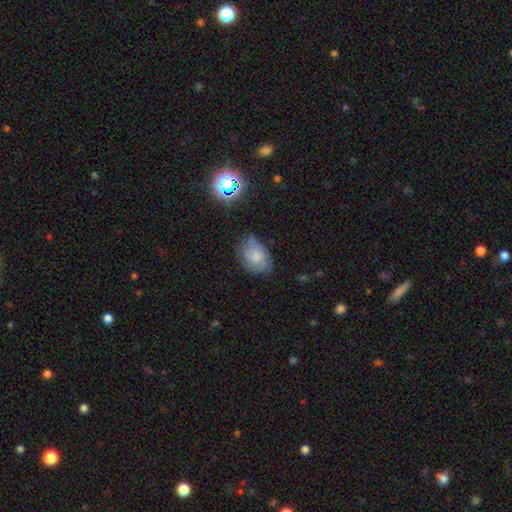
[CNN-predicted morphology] Smooth or featured? smooth (57%)
How rounded? in between (75%)
Merging? none (57%)